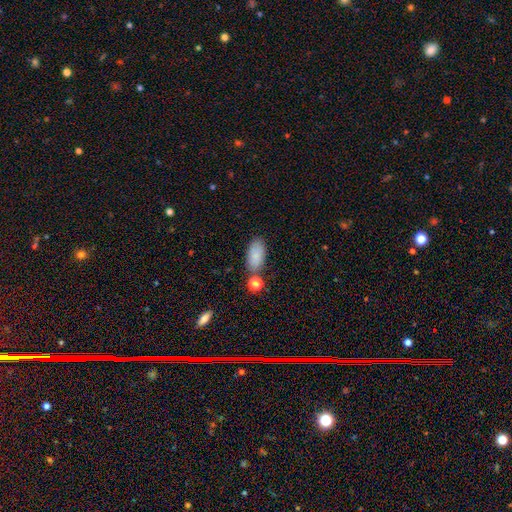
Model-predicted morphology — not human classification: This is clearly a smooth galaxy (85%). How rounded: clearly in between (93%). Merging: likely none (71%).